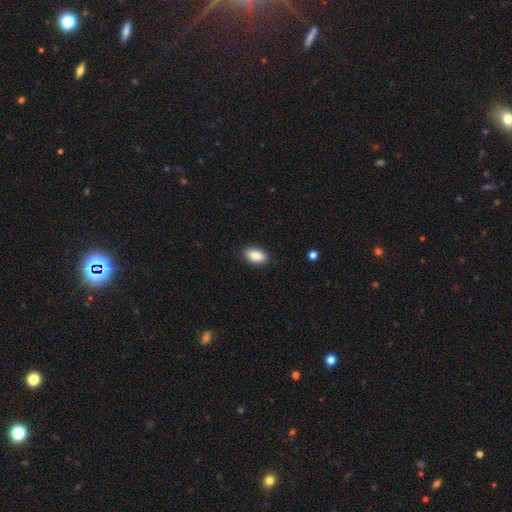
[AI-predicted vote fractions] A smooth galaxy with no disk features (88%) that is in between round and cigar-shaped (92%). Merging: none (88%).